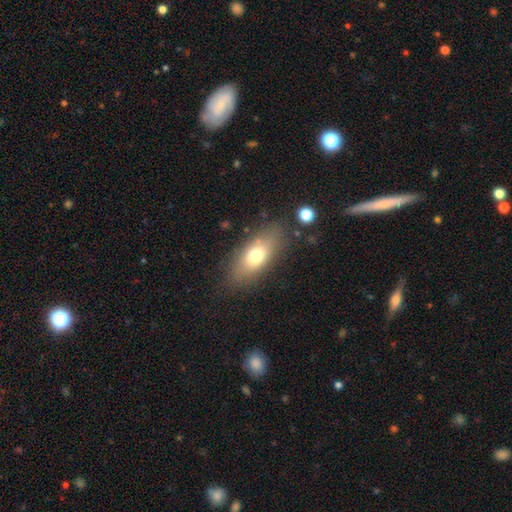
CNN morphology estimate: type=smooth (70%); roundness=in between (80%); merging=none (78%).